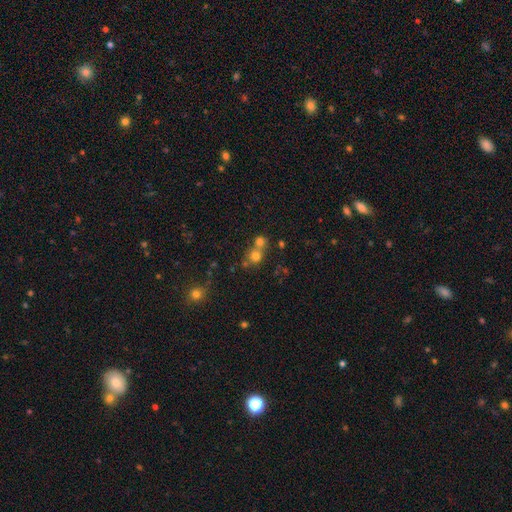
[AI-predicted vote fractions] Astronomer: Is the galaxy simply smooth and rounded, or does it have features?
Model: smooth — 73%.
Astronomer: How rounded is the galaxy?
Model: round — 85%.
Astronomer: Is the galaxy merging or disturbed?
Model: merger — 48% (runner-up: none, 44%).